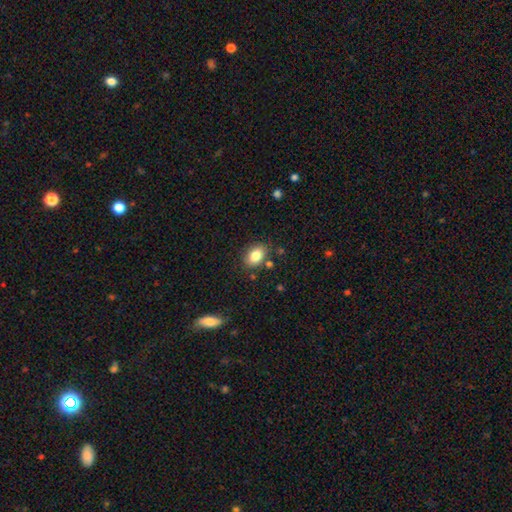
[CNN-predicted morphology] smooth 83%, star or artifact 9%, featured or disk 8%. Down the decision tree: how rounded — in between (78%); merging — none (81%).